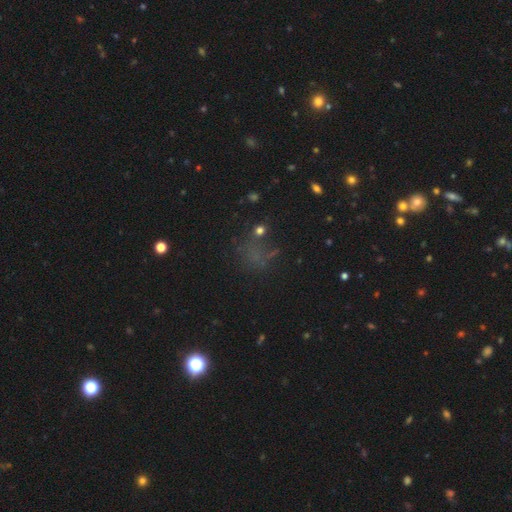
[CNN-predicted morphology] The model was most divided on "smooth or featured": star or artifact: 43%, smooth: 39%, featured or disk: 18%.